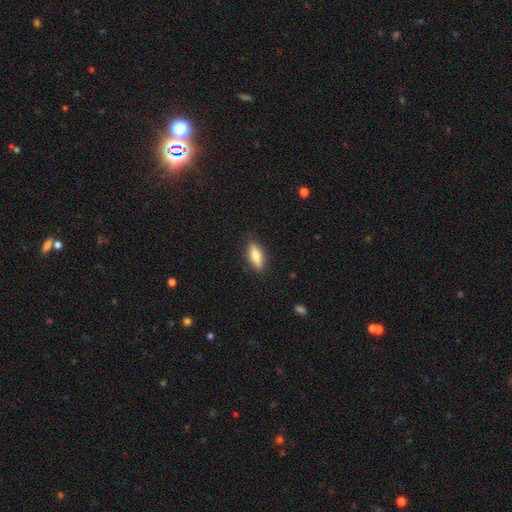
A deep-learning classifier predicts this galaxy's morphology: type=smooth (72%); roundness=in between (59%); merging=none (86%).